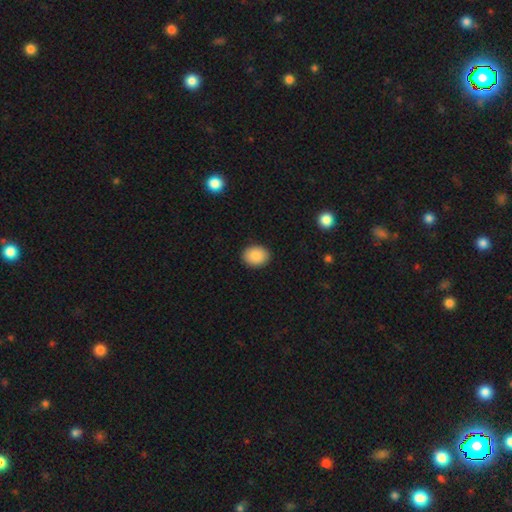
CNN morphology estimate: This is clearly a smooth galaxy (89%). How rounded: possibly in between (50%). Merging: clearly none (90%).